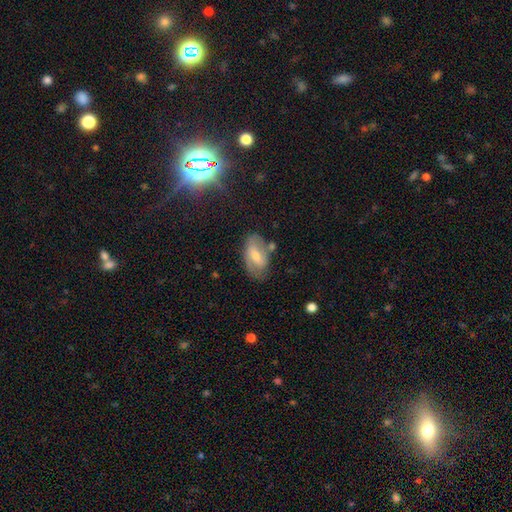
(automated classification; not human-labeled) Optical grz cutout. It shows a featured or disk galaxy (48%). Merging: none (62%).